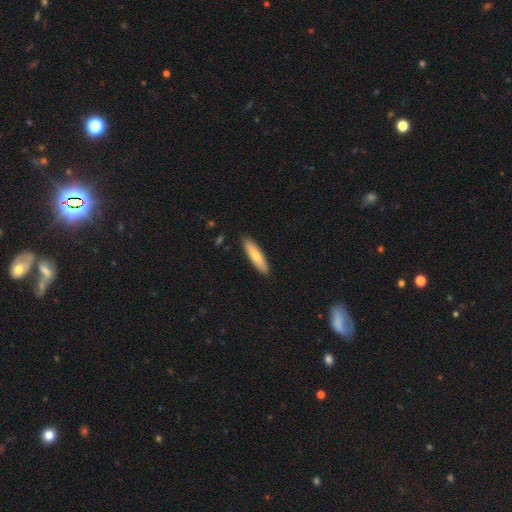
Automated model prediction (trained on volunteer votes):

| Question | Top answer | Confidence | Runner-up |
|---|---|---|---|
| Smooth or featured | smooth | 69% | featured or disk (26%) |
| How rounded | cigar-shaped | 72% | in between (26%) |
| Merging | none | 90% | minor disturbance (8%) |